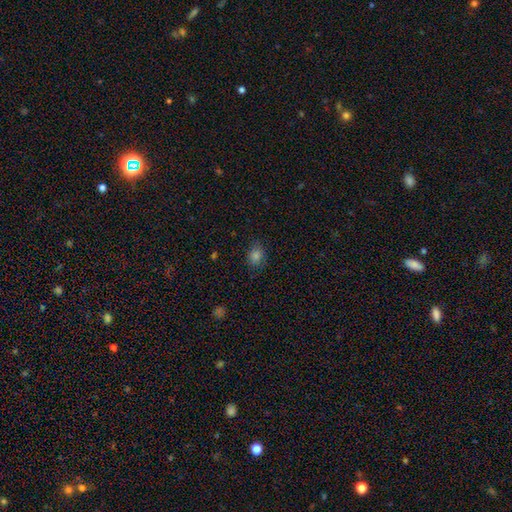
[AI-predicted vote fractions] The model was most divided on "how rounded": round: 54%, in between: 45%, cigar-shaped: 1%. More confident: merging — none (80%); smooth or featured — smooth (75%).